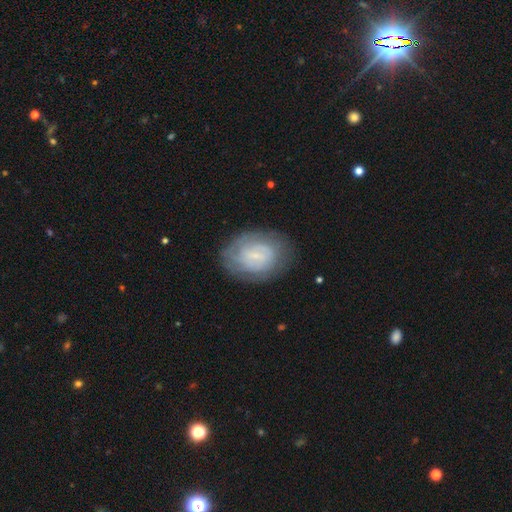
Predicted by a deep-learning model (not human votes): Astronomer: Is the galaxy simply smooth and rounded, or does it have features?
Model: featured or disk — 60%.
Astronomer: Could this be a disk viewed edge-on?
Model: no — 97%.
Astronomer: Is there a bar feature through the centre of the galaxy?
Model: weak — 45% (runner-up: no, 44%).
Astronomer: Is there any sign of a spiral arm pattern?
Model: yes — 79%.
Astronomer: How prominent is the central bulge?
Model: small — 70%.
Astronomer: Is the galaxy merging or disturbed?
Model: none — 76%.